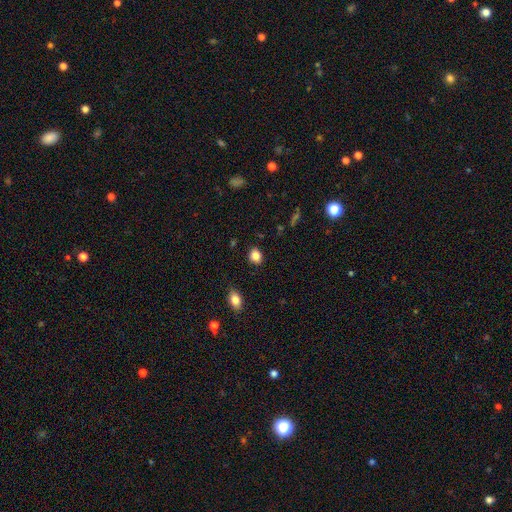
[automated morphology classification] Smooth or featured?
  - smooth: 85% *
  - star or artifact: 10%
  - featured or disk: 5%
How rounded?
  - round: 54% *
  - in between: 45%
  - cigar-shaped: 1%
Merging?
  - none: 87% *
  - minor disturbance: 9%
  - major disturbance: 2%
  - merger: 1%